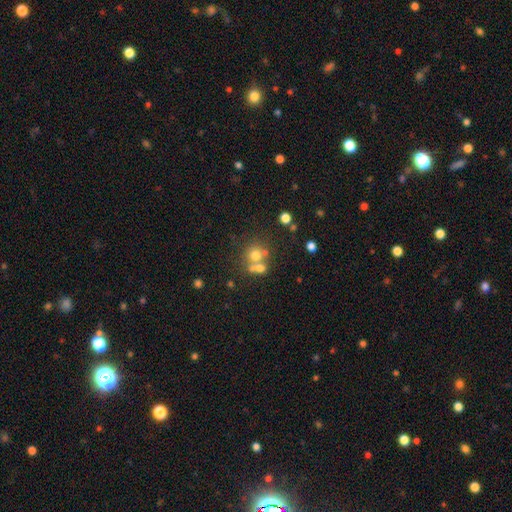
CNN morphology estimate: Smooth or featured: smooth — 64% (featured or disk — 18%)
How rounded: round — 84% (in between — 15%)
Merging: none — 45% (merger — 42%)